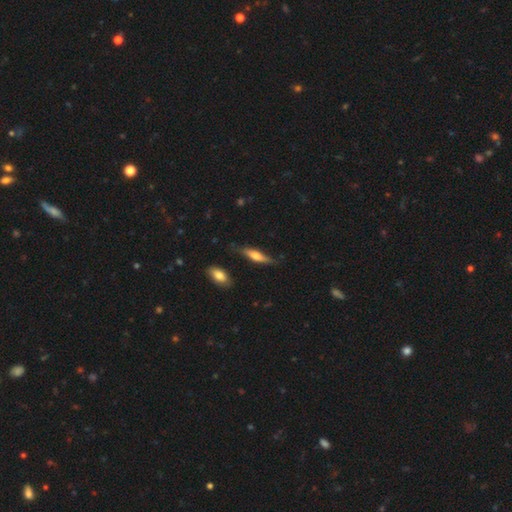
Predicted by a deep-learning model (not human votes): smooth-or-featured: smooth: 51% | featured or disk: 43% | star or artifact: 6%
  how-rounded: cigar-shaped: 71% | in between: 27% | round: 2%
  merging: none: 72% | minor disturbance: 21% | major disturbance: 4% | merger: 3%